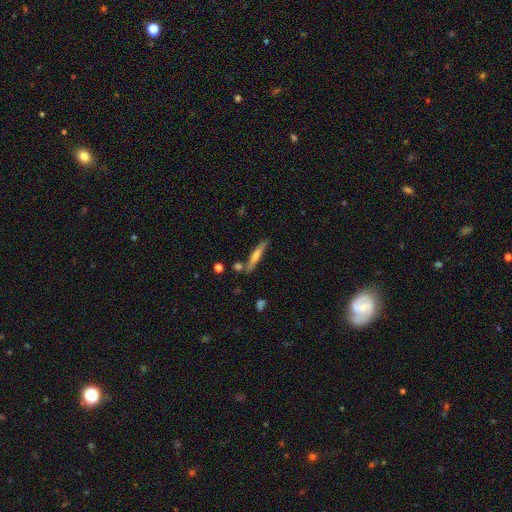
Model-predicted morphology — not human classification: The model was most divided on "smooth or featured": featured or disk: 50%, smooth: 43%, star or artifact: 7%. More confident: edge-on disk — yes (94%); merging — none (80%).